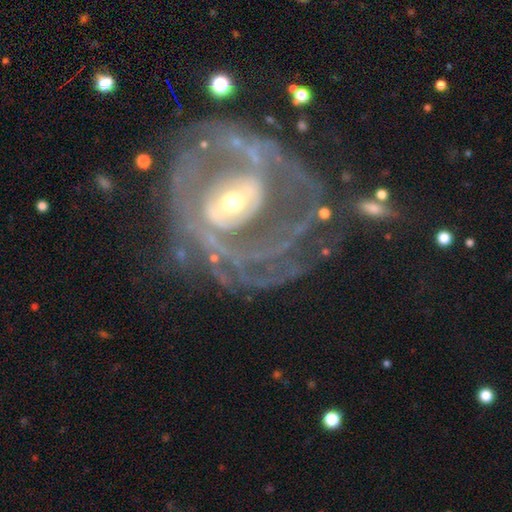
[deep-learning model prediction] The model was most divided on "bar": weak: 38%, strong: 32%, no: 30%. Remaining: edge-on disk — no (96%); smooth or featured — featured or disk (86%); spiral arms — yes (81%); spiral winding — tight (60%); merging — none (56%); bulge size — small (50%); spiral arm count — can't tell (39%).